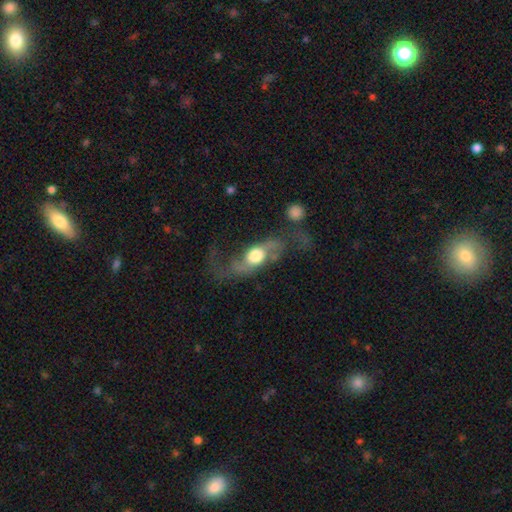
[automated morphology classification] smooth-or-featured: featured or disk: 69% | smooth: 25% | star or artifact: 6%
  disk-edge-on: no: 81% | yes: 19%
    bar: no: 71% | weak: 22% | strong: 7%
    has-spiral-arms: yes: 79% | no: 21%
    bulge-size: large: 48% | moderate: 36% | dominant: 11% | small: 4% | none: 2%
  merging: none: 39% | major disturbance: 34% | minor disturbance: 19% | merger: 8%